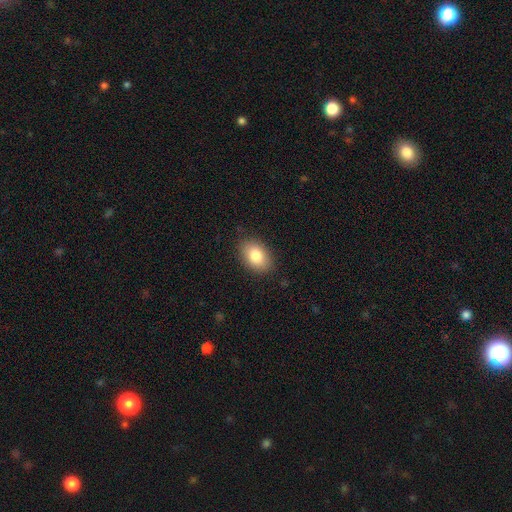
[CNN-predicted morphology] Smooth or featured?
  - smooth: 84% *
  - featured or disk: 8%
  - star or artifact: 7%
How rounded?
  - in between: 87% *
  - round: 12%
  - cigar-shaped: 1%
Merging?
  - none: 86% *
  - minor disturbance: 11%
  - major disturbance: 3%
  - merger: 1%